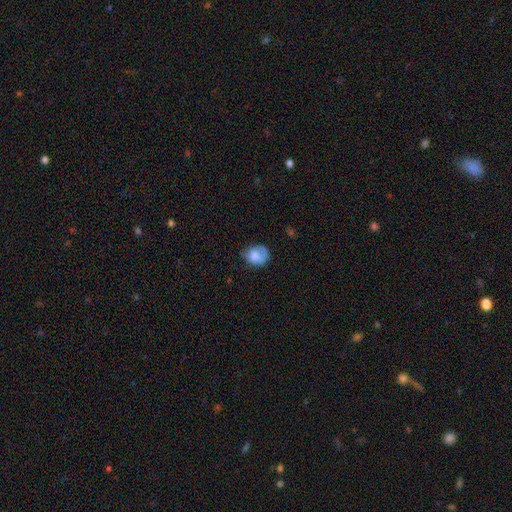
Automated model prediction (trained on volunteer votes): Morphology: type=smooth (75%); roundness=round (56%); merging=none (50%).